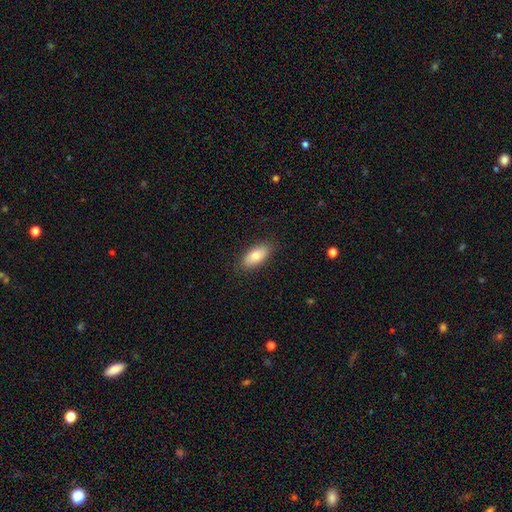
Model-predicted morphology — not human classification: smooth 77%, featured or disk 17%, star or artifact 7%. Down the decision tree: how rounded — in between (89%); merging — none (88%).